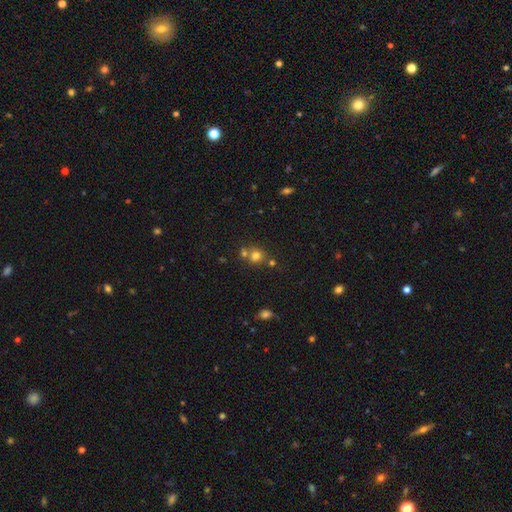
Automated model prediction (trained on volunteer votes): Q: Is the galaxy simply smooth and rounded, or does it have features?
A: smooth — 71%.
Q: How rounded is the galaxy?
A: round — 81%.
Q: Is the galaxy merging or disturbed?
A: none — 56%.